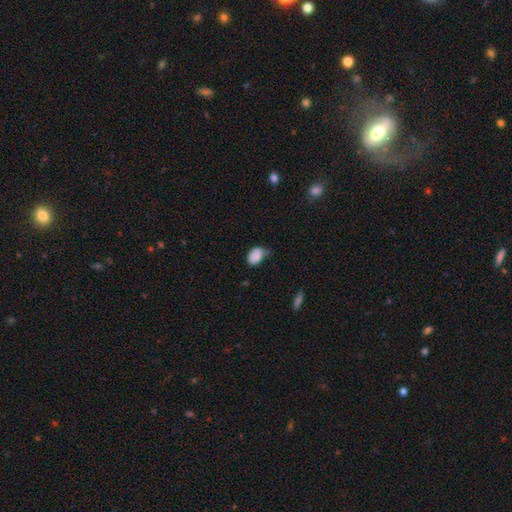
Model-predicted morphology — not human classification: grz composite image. It shows a smooth galaxy with no disk features (84%) that is in between round and cigar-shaped (85%). Merging: minor disturbance (43%).